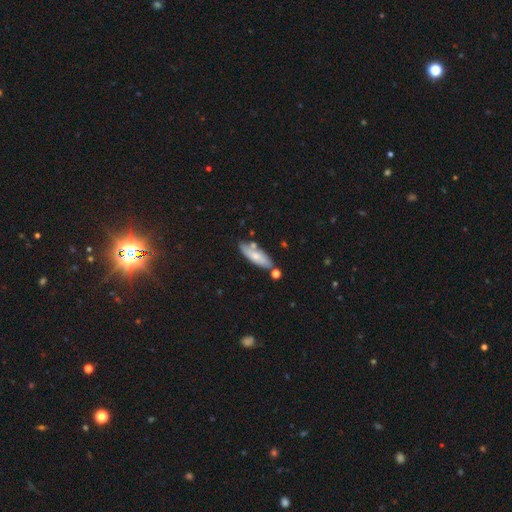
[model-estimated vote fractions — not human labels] Morphology: type=smooth (65%); roundness=in between (57%); merging=none (67%).